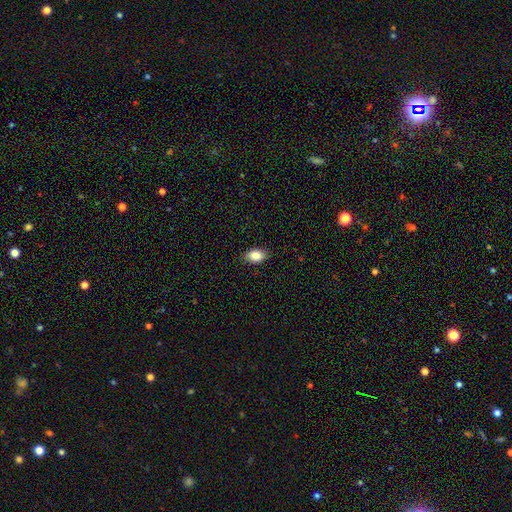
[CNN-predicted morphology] This appears to be a smooth galaxy with no disk features (84%) that is in between round and cigar-shaped (88%). Merging: none (88%).